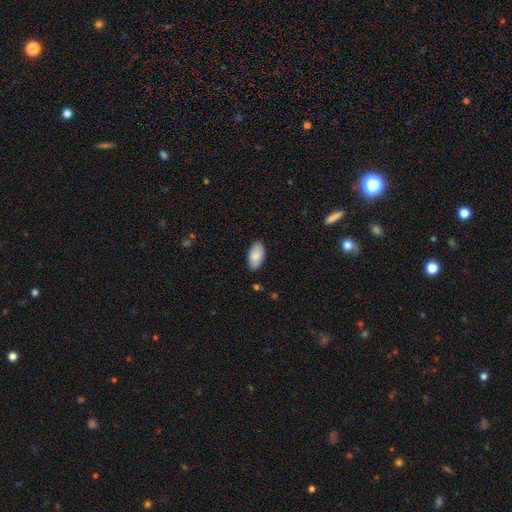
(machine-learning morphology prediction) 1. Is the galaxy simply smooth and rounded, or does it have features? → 87% smooth, 7% featured or disk, 6% star or artifact.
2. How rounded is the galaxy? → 95% in between, 3% cigar-shaped, 2% round.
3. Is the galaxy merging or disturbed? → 86% none, 11% minor disturbance, 2% major disturbance, 1% merger.